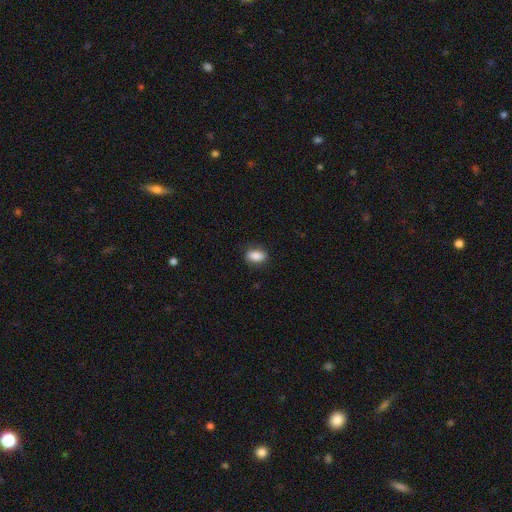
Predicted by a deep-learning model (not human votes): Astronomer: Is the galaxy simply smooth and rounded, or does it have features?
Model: smooth — 86%.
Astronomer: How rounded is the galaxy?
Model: in between — 87%.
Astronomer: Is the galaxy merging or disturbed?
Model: none — 83%.